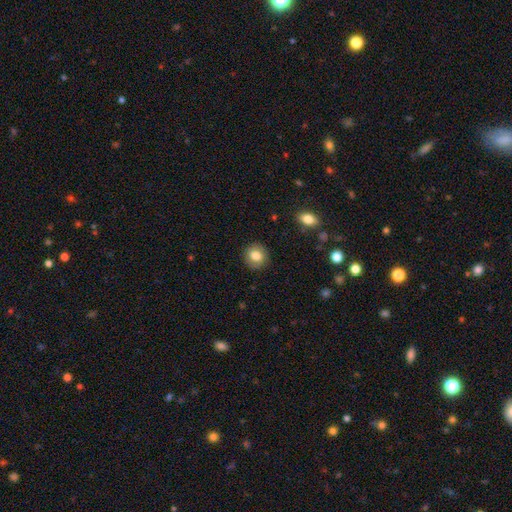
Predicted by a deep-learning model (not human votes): The model was most divided on "smooth or featured": smooth: 82%, featured or disk: 9%, star or artifact: 9%. More confident: merging — none (90%); how rounded — round (87%).